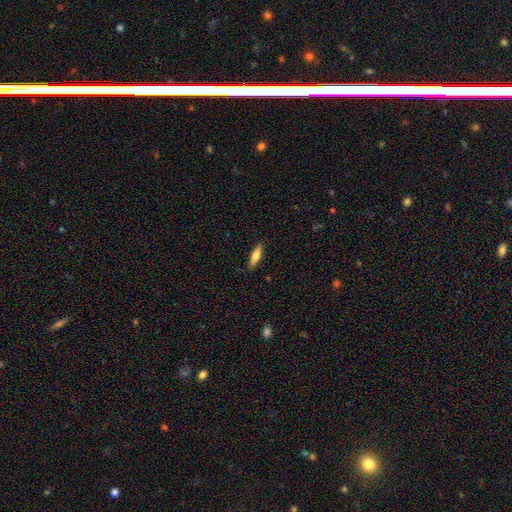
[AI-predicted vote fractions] A smooth galaxy with no disk features (69%) that is cigar-shaped (63%). Merging: none (86%).